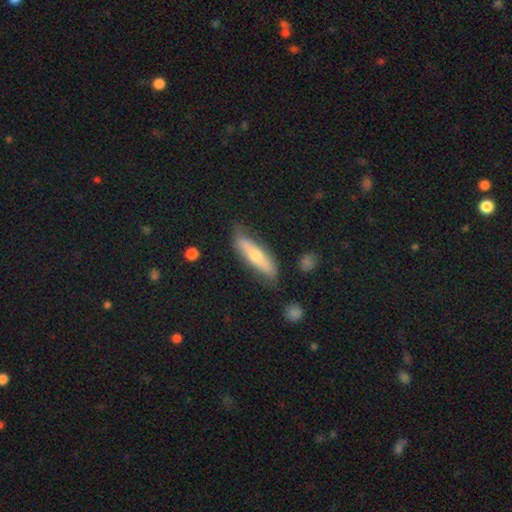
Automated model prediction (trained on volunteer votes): A smooth galaxy with no disk features (49%).

Vote fractions:
- Smooth or featured? smooth: 49% / featured or disk: 45% / star or artifact: 6%
- Merging? none: 69% / minor disturbance: 21% / major disturbance: 6% / merger: 3%